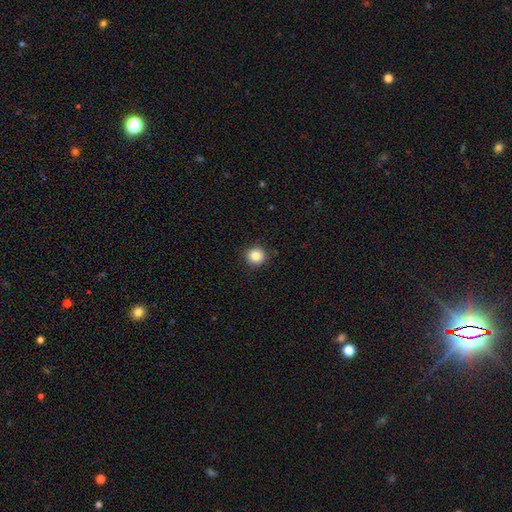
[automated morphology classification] A smooth galaxy with no disk features (87%) that is round (92%).

Vote fractions:
- Smooth or featured? smooth: 87% / star or artifact: 10% / featured or disk: 3%
- How rounded? round: 92% / in between: 7% / cigar-shaped: 1%
- Merging? none: 90% / minor disturbance: 7% / major disturbance: 2% / merger: 1%